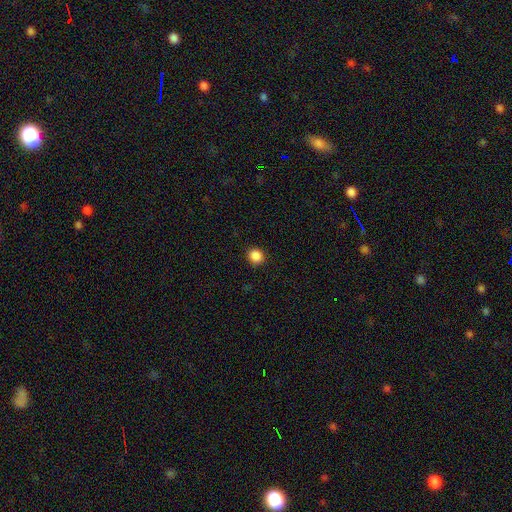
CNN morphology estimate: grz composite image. It shows a smooth galaxy with no disk features (87%) that is round (88%). Merging: none (91%).